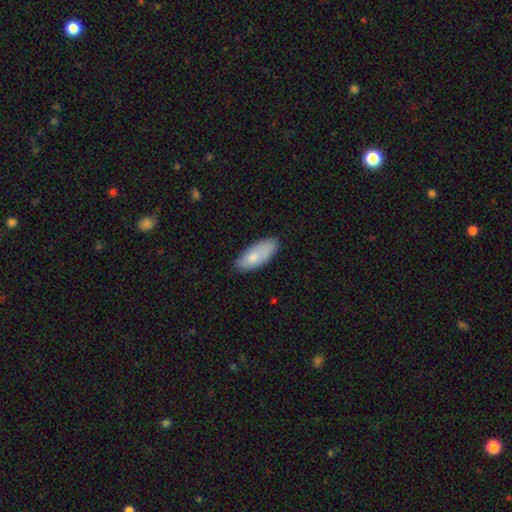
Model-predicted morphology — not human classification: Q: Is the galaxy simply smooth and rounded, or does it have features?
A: smooth — 80%.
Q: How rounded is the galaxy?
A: in between — 84%.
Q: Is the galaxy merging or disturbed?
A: none — 77%.